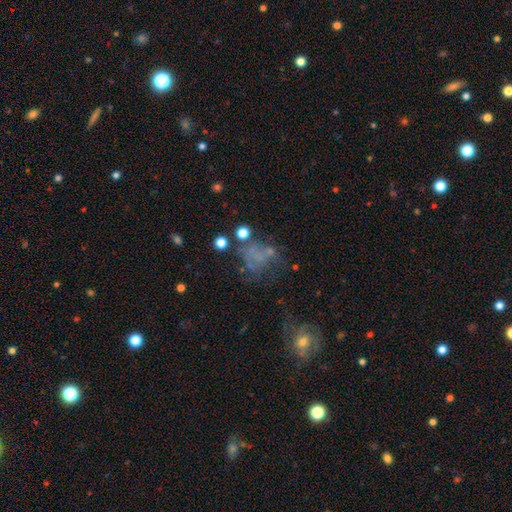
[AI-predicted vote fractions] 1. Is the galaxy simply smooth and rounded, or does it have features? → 39% smooth, 36% featured or disk, 25% star or artifact.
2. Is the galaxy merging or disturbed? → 37% none, 31% major disturbance, 19% minor disturbance, 13% merger.